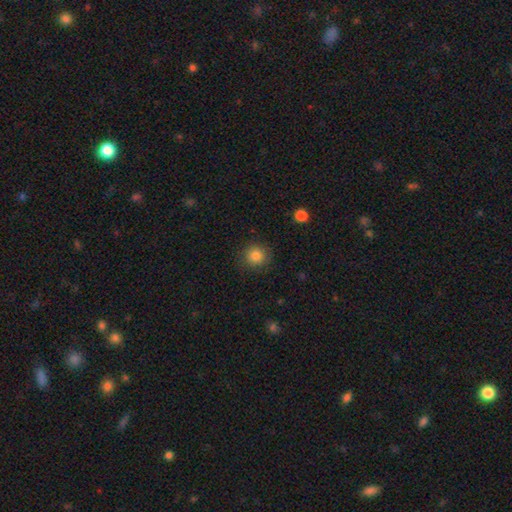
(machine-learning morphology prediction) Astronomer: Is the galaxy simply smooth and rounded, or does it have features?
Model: smooth — 84%.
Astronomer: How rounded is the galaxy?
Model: round — 91%.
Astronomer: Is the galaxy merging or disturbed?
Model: none — 87%.